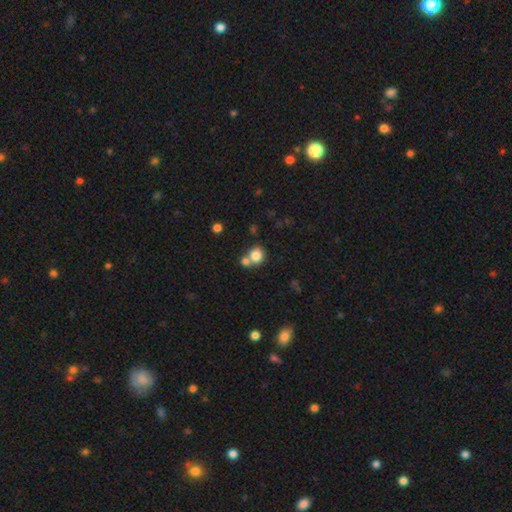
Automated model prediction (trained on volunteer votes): This appears to be a smooth galaxy with no disk features (81%) that is round (82%). Merging: none (49%).